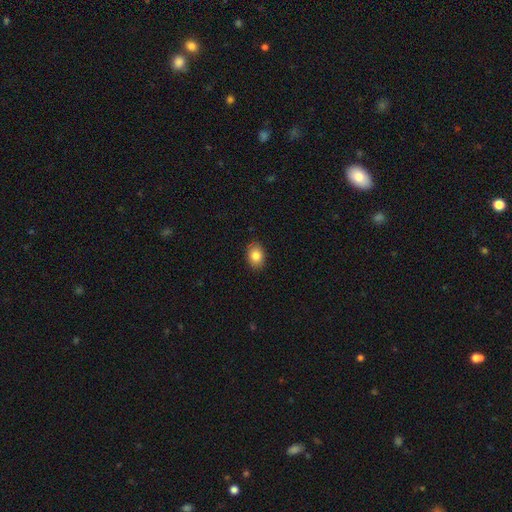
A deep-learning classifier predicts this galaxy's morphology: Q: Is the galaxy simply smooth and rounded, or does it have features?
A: smooth — 84%.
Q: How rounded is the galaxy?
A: in between — 70%.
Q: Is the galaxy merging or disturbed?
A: none — 89%.